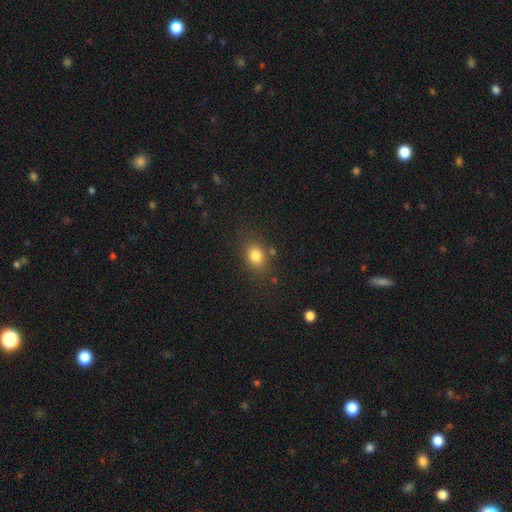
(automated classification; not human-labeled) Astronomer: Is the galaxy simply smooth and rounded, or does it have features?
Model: smooth — 81%.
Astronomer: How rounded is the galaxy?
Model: in between — 55% (runner-up: round, 44%).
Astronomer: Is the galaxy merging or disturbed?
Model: none — 77%.